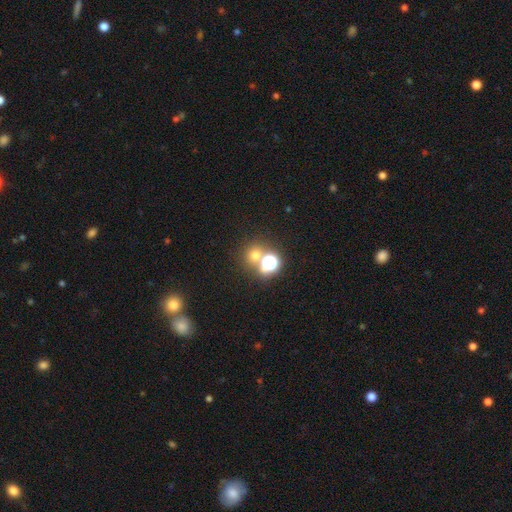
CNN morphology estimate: Smooth or featured? smooth (61%)
How rounded? round (86%)
Merging? none (63%)